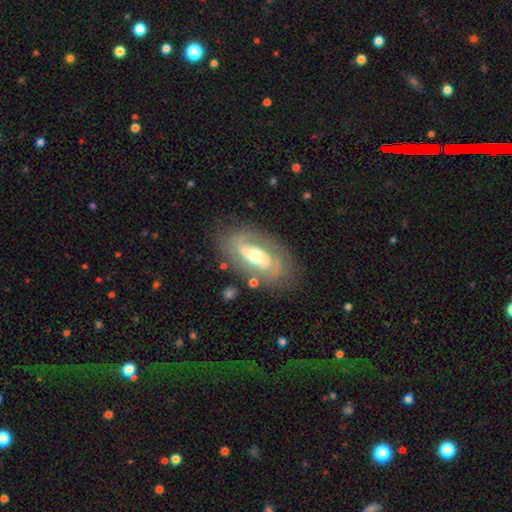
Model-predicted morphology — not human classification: featured or disk 79%, smooth 15%, star or artifact 5%. Down the decision tree: edge-on disk — no (92%); bar — no (41%); spiral arms — yes (79%); spiral arm count — 2 (74%); spiral winding — tight (43%); bulge size — moderate (71%); merging — none (76%).